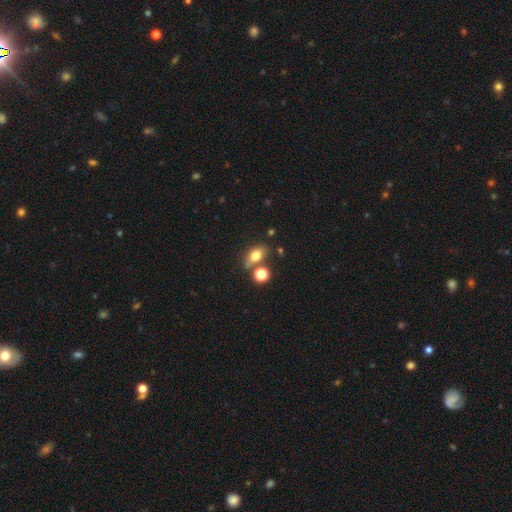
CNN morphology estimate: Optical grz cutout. It shows a smooth galaxy with no disk features (73%) that is in between round and cigar-shaped (71%). Merging: none (63%).